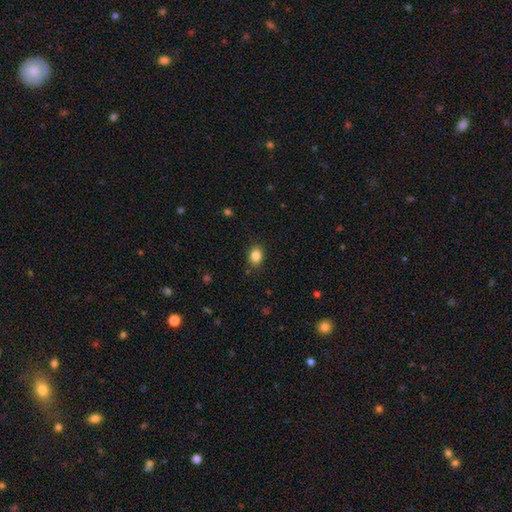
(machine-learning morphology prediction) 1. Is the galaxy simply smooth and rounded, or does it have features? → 85% smooth, 9% star or artifact, 5% featured or disk.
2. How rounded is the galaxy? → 66% in between, 33% round, 1% cigar-shaped.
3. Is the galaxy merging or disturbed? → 86% none, 10% minor disturbance, 2% major disturbance, 1% merger.